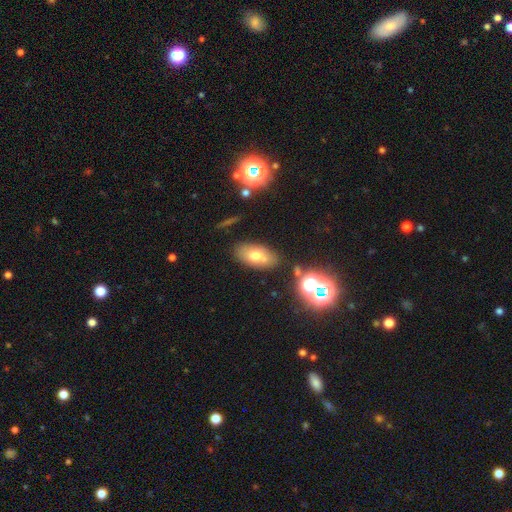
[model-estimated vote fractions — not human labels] Q: Smooth or featured?
A: smooth (67%); runner-up: featured or disk (20%)
Q: How rounded?
A: in between (90%); runner-up: round (6%)
Q: Merging?
A: none (74%); runner-up: minor disturbance (14%)